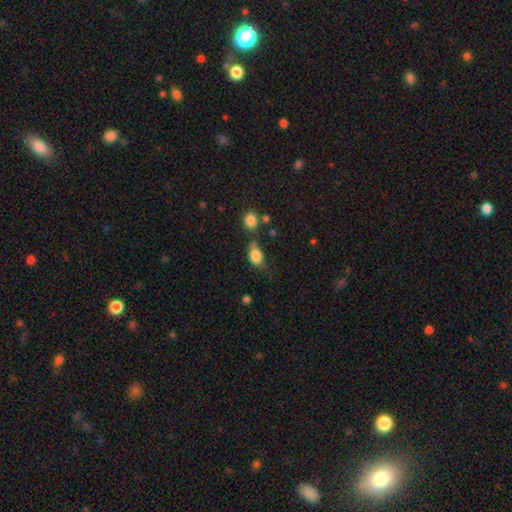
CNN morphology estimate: This appears to be a smooth galaxy with no disk features (80%) that is in between round and cigar-shaped (74%). Merging: none (37%).